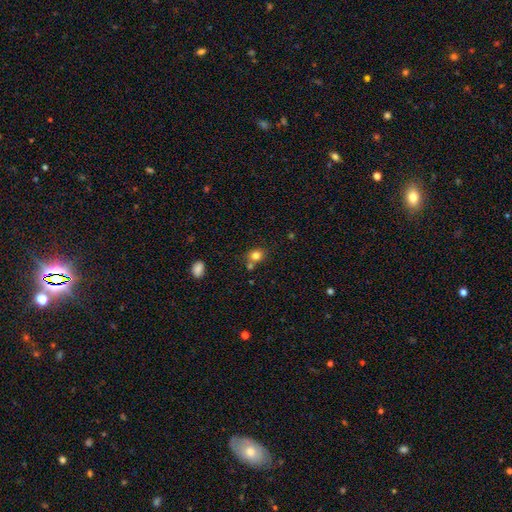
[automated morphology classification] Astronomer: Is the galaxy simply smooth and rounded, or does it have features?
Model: smooth — 81%.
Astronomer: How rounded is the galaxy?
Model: round — 67%.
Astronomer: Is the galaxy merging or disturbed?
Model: none — 62%.